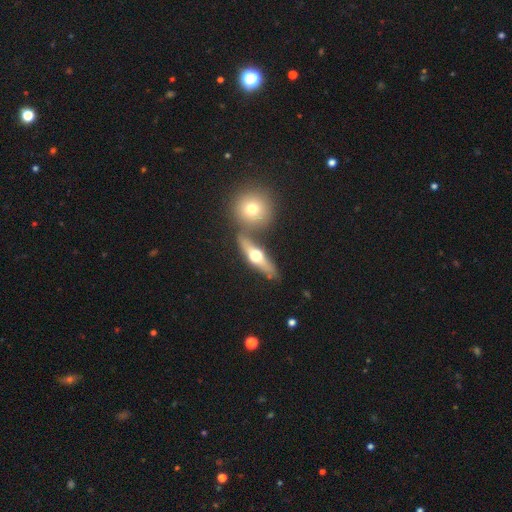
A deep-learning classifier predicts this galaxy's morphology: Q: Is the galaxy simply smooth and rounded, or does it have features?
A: featured or disk — 58%.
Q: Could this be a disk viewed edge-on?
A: yes — 83%.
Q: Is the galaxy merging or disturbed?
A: none — 62%.